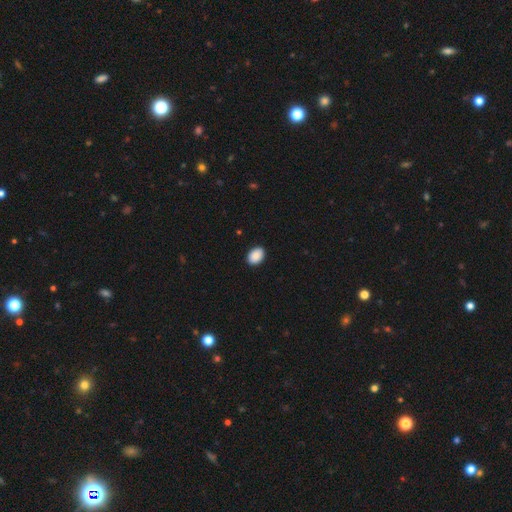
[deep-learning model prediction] Smooth or featured: smooth — 90% (star or artifact — 7%)
How rounded: in between — 78% (round — 21%)
Merging: none — 90% (minor disturbance — 7%)